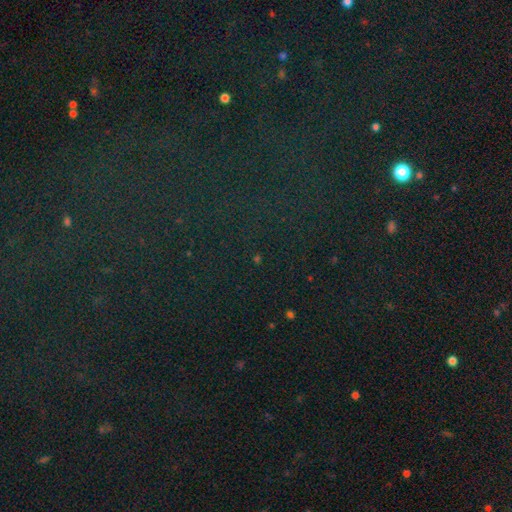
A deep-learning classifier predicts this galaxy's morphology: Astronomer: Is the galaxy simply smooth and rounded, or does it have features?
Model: star or artifact — 81%.